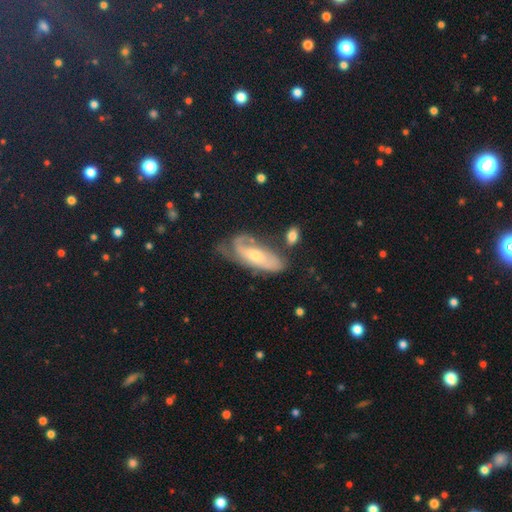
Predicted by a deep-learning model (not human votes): A featured or disk galaxy (65%) with no bar (60%), spiral arms (78%) and a moderate central bulge (49%). Merging: none (42%).